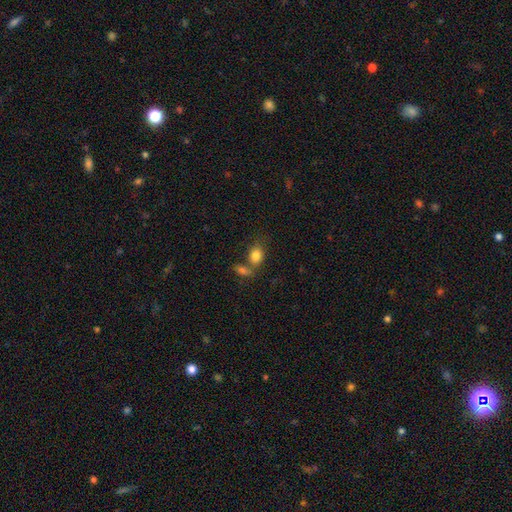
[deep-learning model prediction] Smooth or featured?
  - smooth: 83% *
  - star or artifact: 9%
  - featured or disk: 8%
How rounded?
  - in between: 67% *
  - round: 31%
  - cigar-shaped: 2%
Merging?
  - none: 48% *
  - merger: 33%
  - minor disturbance: 13%
  - major disturbance: 5%